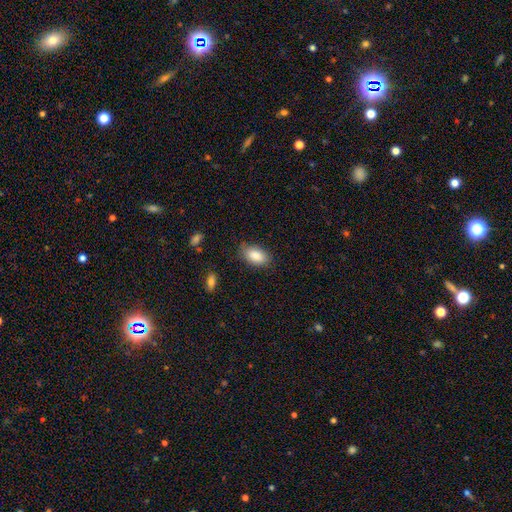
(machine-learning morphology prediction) A smooth galaxy with no disk features (86%) that is in between round and cigar-shaped (93%).

Vote fractions:
- Smooth or featured? smooth: 86% / featured or disk: 7% / star or artifact: 7%
- How rounded? in between: 93% / round: 5% / cigar-shaped: 2%
- Merging? none: 77% / minor disturbance: 17% / major disturbance: 4% / merger: 1%